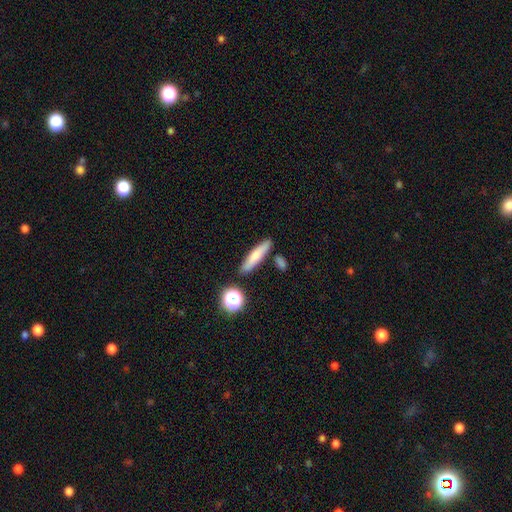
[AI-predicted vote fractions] Smooth or featured: smooth — 70% (featured or disk — 21%)
How rounded: cigar-shaped — 77% (in between — 19%)
Merging: none — 80% (minor disturbance — 11%)